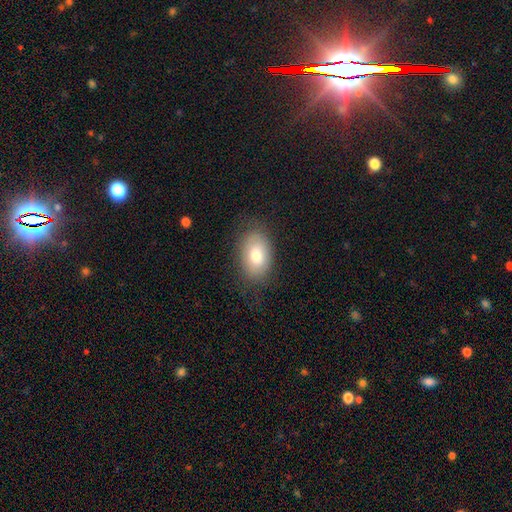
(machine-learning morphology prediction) smooth-or-featured: smooth: 76% | featured or disk: 16% | star or artifact: 8%
  how-rounded: in between: 88% | round: 10% | cigar-shaped: 1%
  merging: none: 79% | minor disturbance: 15% | major disturbance: 5% | merger: 1%